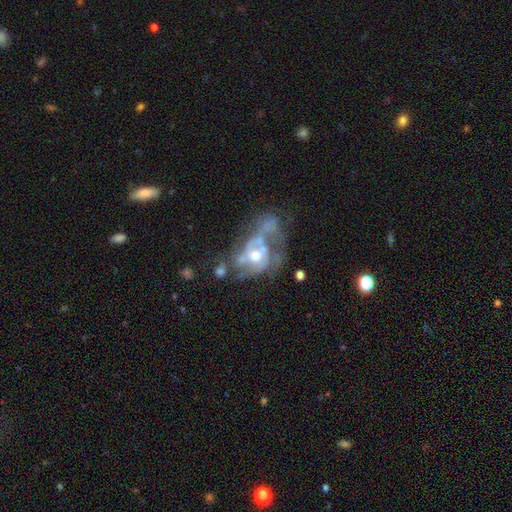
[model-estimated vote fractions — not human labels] smooth_or_featured: featured or disk (p=0.76) [alt: smooth p=0.15]
disk_edge_on: no (p=0.97) [alt: yes p=0.03]
bar: no (p=0.72) [alt: weak p=0.22]
has_spiral_arms: yes (p=0.60) [alt: no p=0.40]
bulge_size: moderate (p=0.66) [alt: small p=0.22]
merging: major disturbance (p=0.36) [alt: merger p=0.28]